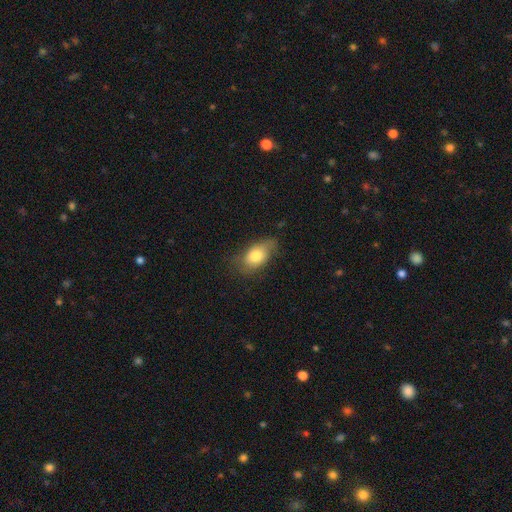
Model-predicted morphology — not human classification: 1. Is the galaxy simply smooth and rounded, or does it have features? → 76% smooth, 16% featured or disk, 8% star or artifact.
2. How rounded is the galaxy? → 87% in between, 10% round, 3% cigar-shaped.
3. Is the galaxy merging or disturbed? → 58% none, 30% minor disturbance, 10% major disturbance, 2% merger.